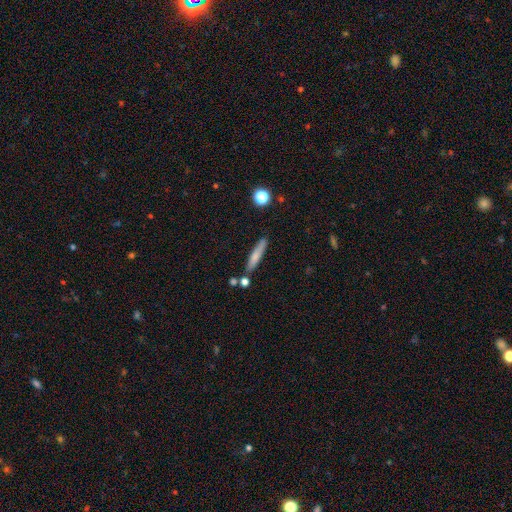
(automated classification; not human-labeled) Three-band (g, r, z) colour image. It shows a smooth galaxy with no disk features (71%) that is cigar-shaped (90%). Merging: none (80%).